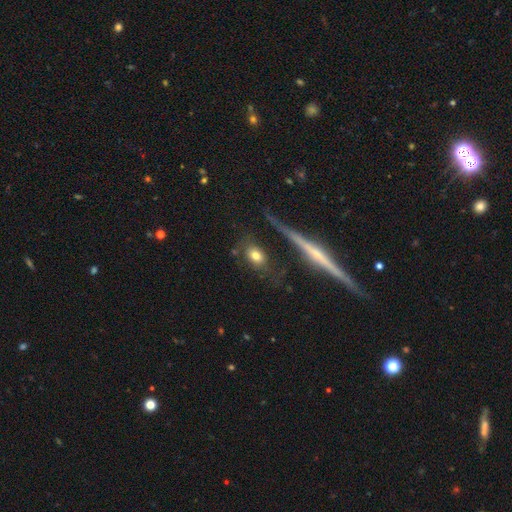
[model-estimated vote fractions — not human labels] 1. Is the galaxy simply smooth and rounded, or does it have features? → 73% smooth, 17% featured or disk, 9% star or artifact.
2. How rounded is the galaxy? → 56% in between, 37% round, 7% cigar-shaped.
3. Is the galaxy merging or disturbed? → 69% none, 15% minor disturbance, 8% merger, 8% major disturbance.